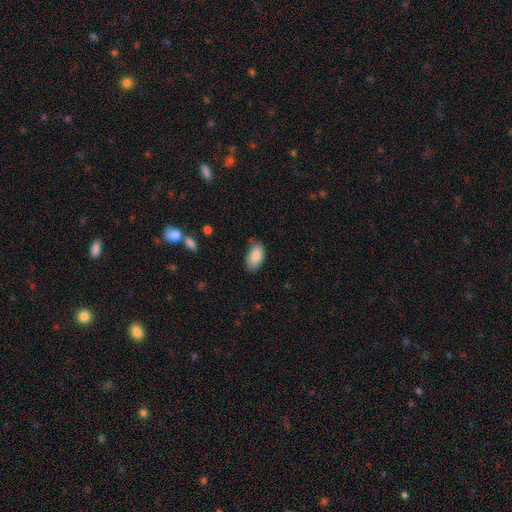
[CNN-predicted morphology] Q: Smooth or featured?
A: smooth (84%); runner-up: featured or disk (9%)
Q: How rounded?
A: in between (94%); runner-up: round (4%)
Q: Merging?
A: none (75%); runner-up: minor disturbance (20%)